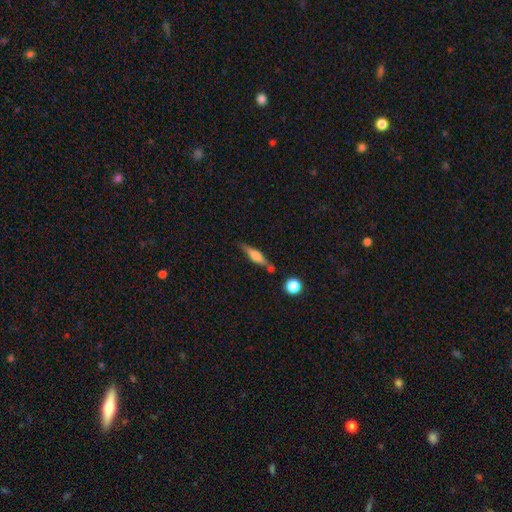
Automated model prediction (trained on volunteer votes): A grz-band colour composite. It shows a featured or disk galaxy (58%) viewed edge-on (96%) with a rounded central bulge (77%). Merging: none (73%).